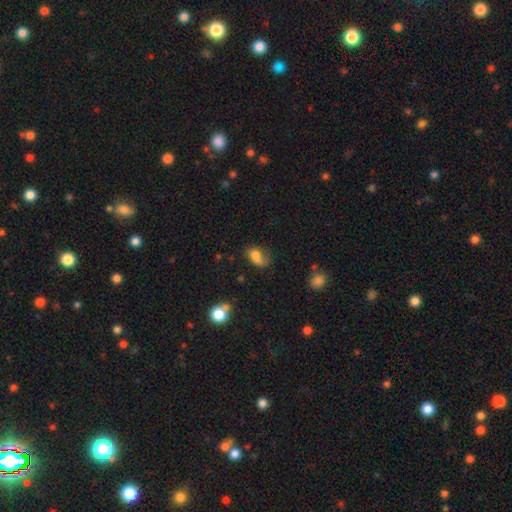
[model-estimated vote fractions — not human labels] A smooth galaxy with no disk features (64%) that is in between round and cigar-shaped (76%). Merging: none (36%).